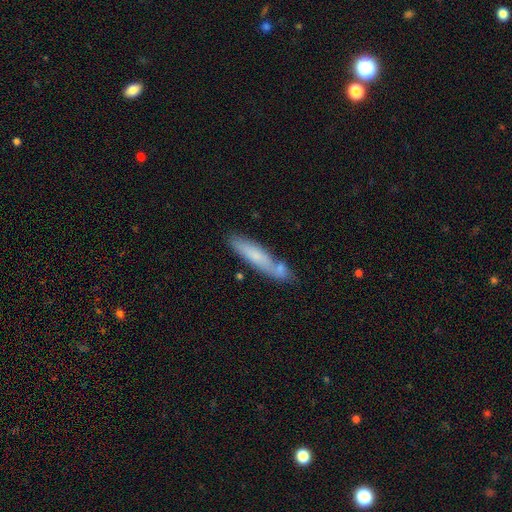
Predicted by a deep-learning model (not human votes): smooth 67%, featured or disk 27%, star or artifact 7%. Down the decision tree: how rounded — cigar-shaped (82%); merging — none (60%).